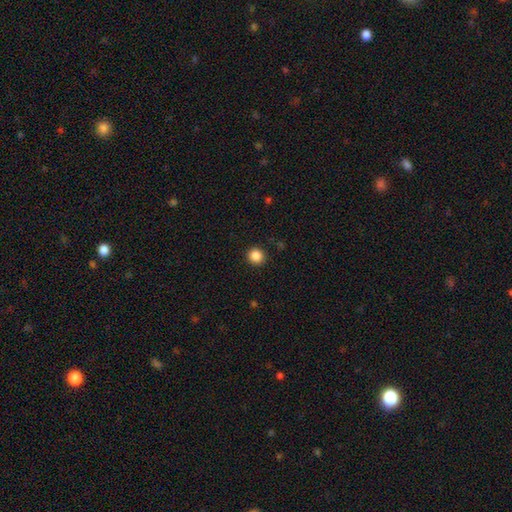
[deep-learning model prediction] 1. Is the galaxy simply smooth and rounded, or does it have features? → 87% smooth, 10% star or artifact, 3% featured or disk.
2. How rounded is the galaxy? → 93% round, 6% in between, 1% cigar-shaped.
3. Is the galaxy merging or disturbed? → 92% none, 5% minor disturbance, 2% major disturbance, 1% merger.